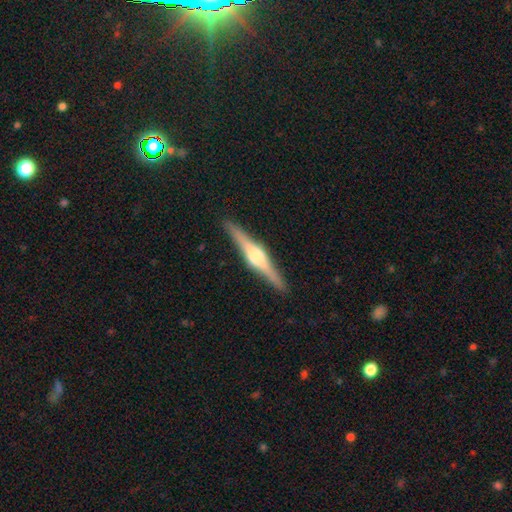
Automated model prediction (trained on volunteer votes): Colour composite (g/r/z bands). It shows a featured or disk galaxy (83%) viewed edge-on (98%) with a rounded central bulge (90%). Merging: none (92%).